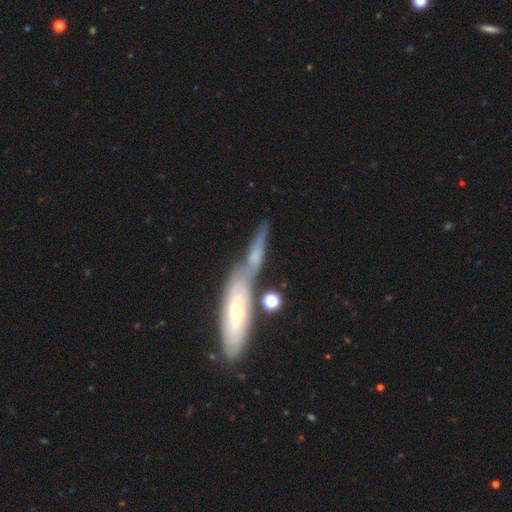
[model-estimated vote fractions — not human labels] Smooth or featured? Predicted: featured or disk (p=0.50). Merging? Predicted: merger (p=0.46).